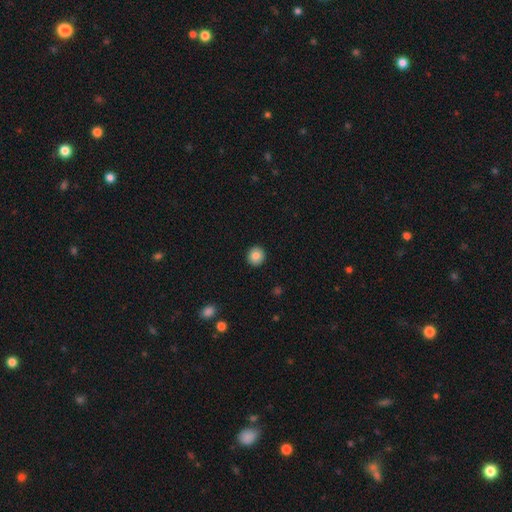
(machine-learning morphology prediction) smooth_or_featured: smooth (p=0.84) [alt: star or artifact p=0.09]
how_rounded: round (p=0.93) [alt: in between p=0.06]
merging: none (p=0.93) [alt: minor disturbance p=0.05]